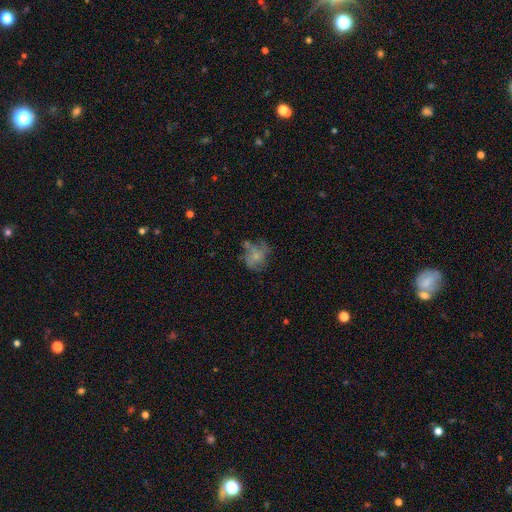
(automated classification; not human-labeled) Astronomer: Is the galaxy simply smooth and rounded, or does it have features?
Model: smooth — 48% (runner-up: featured or disk, 41%).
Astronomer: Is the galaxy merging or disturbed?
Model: none — 40% (runner-up: major disturbance, 26%).